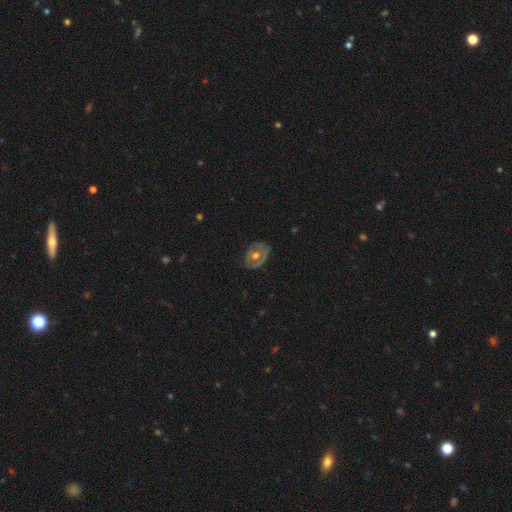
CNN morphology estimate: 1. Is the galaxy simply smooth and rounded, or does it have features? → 56% featured or disk, 36% smooth, 7% star or artifact.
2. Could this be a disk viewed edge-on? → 94% no, 6% yes.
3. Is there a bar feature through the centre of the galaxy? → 85% no, 12% weak, 4% strong.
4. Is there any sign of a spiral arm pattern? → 74% no, 26% yes.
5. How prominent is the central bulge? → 76% moderate, 13% large, 8% small, 1% none, 1% dominant.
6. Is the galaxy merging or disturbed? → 67% none, 24% minor disturbance, 8% major disturbance, 2% merger.